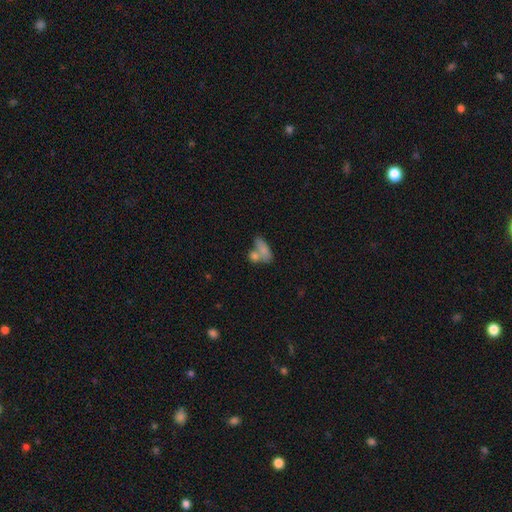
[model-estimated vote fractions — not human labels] Smooth or featured: smooth — 77% (featured or disk — 14%)
How rounded: in between — 73% (cigar-shaped — 14%)
Merging: merger — 47% (none — 35%)